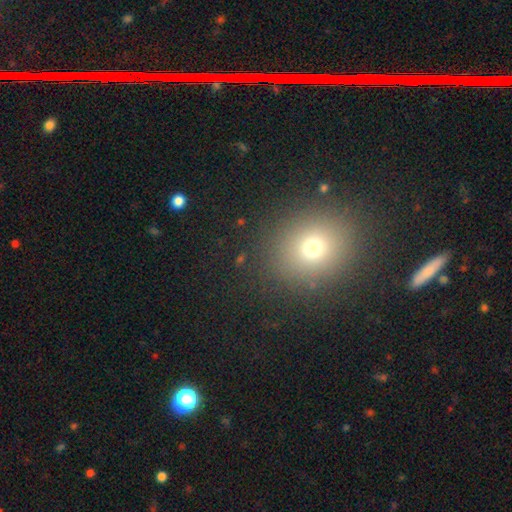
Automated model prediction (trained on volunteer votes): This appears to be a smooth galaxy with no disk features (59%) that is round (81%). Merging: none (91%).